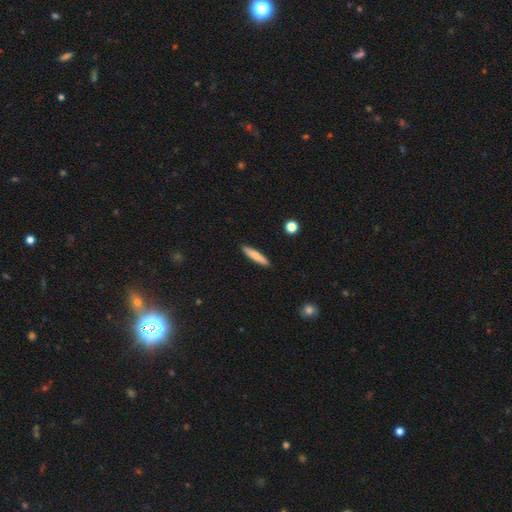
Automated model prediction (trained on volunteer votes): smooth_or_featured: smooth (p=0.75) [alt: featured or disk p=0.19]
how_rounded: cigar-shaped (p=0.85) [alt: in between p=0.13]
merging: none (p=0.90) [alt: minor disturbance p=0.07]